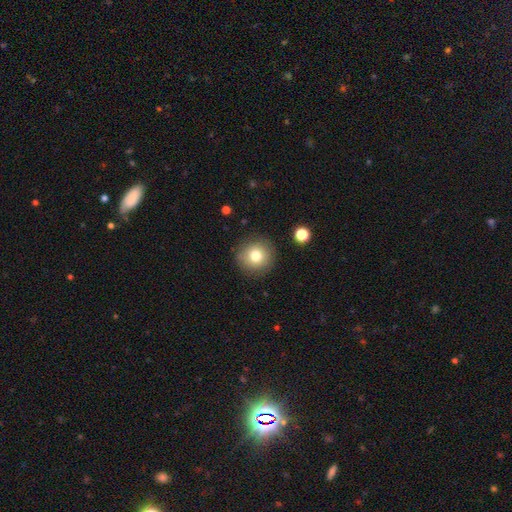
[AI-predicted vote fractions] Morphology: type=smooth (78%); roundness=round (93%); merging=none (88%).